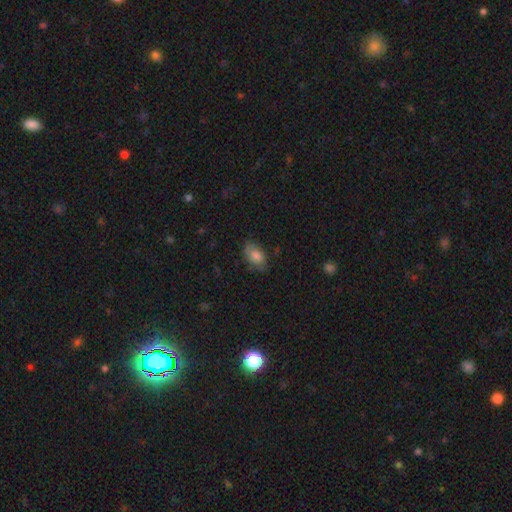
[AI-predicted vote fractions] Q: Smooth or featured?
A: smooth (78%); runner-up: featured or disk (14%)
Q: How rounded?
A: in between (86%); runner-up: round (12%)
Q: Merging?
A: none (67%); runner-up: minor disturbance (25%)